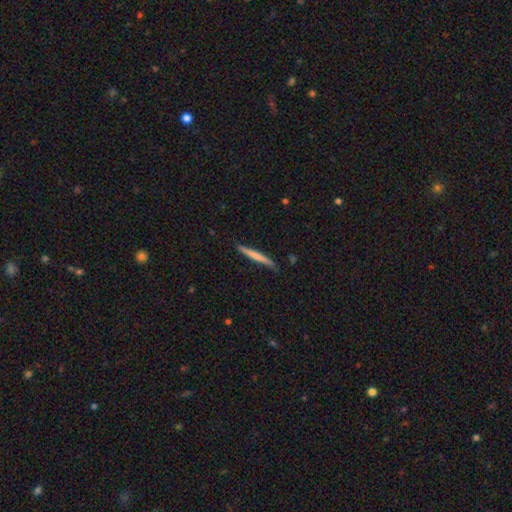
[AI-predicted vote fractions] smooth 61%, featured or disk 34%, star or artifact 5%. Down the decision tree: how rounded — cigar-shaped (96%); merging — none (85%).